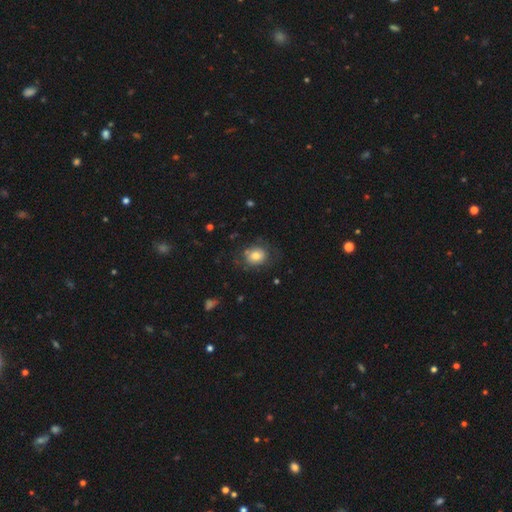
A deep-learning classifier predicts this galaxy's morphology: Q: Smooth or featured?
A: smooth (73%); runner-up: featured or disk (18%)
Q: How rounded?
A: round (61%); runner-up: in between (38%)
Q: Merging?
A: none (66%); runner-up: minor disturbance (20%)